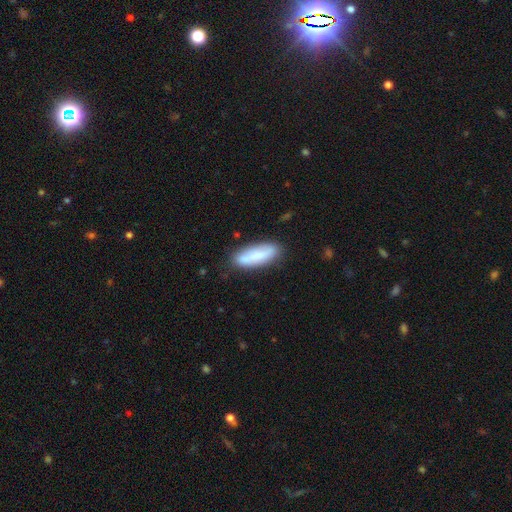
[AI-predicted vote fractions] Q: Smooth or featured?
A: smooth (76%); runner-up: featured or disk (17%)
Q: How rounded?
A: in between (50%); runner-up: cigar-shaped (48%)
Q: Merging?
A: none (80%); runner-up: minor disturbance (14%)